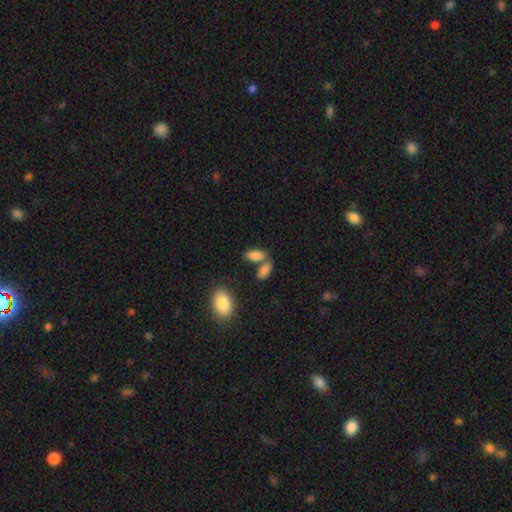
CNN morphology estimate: A smooth galaxy with no disk features (84%) that is in between round and cigar-shaped (88%). Merging: none (48%).